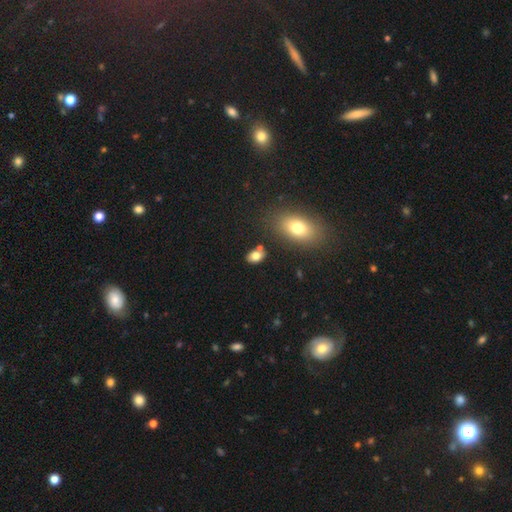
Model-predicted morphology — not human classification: Smooth or featured? Predicted: smooth (p=0.78). How rounded? Predicted: in between (p=0.78). Merging? Predicted: none (p=0.72).